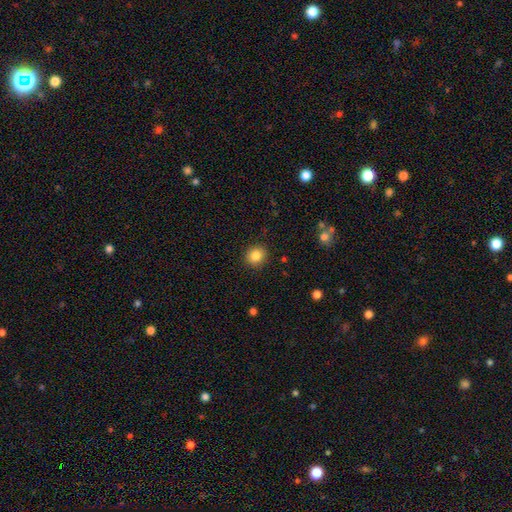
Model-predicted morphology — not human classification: Smooth or featured? Predicted: smooth (p=0.84). How rounded? Predicted: round (p=0.83). Merging? Predicted: none (p=0.90).